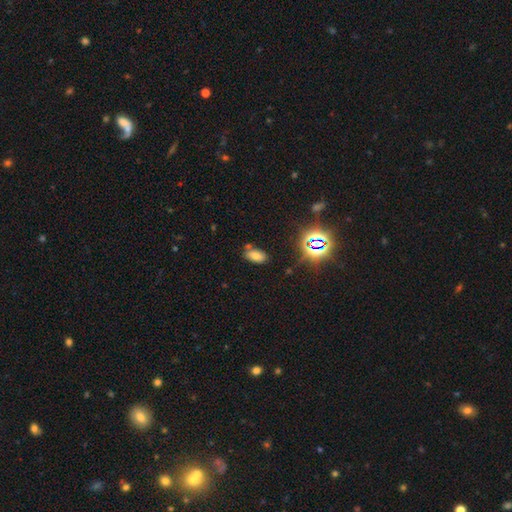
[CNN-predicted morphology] Smooth or featured? smooth (68%)
How rounded? in between (91%)
Merging? none (72%)